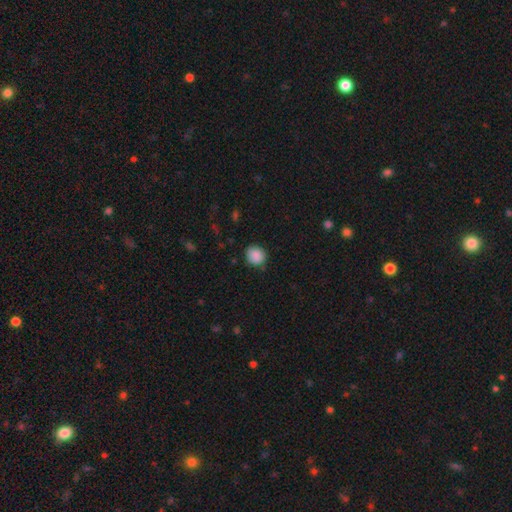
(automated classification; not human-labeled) smooth-or-featured: smooth: 88% | star or artifact: 8% | featured or disk: 4%
  how-rounded: round: 82% | in between: 17% | cigar-shaped: 1%
  merging: none: 81% | minor disturbance: 15% | major disturbance: 3% | merger: 1%